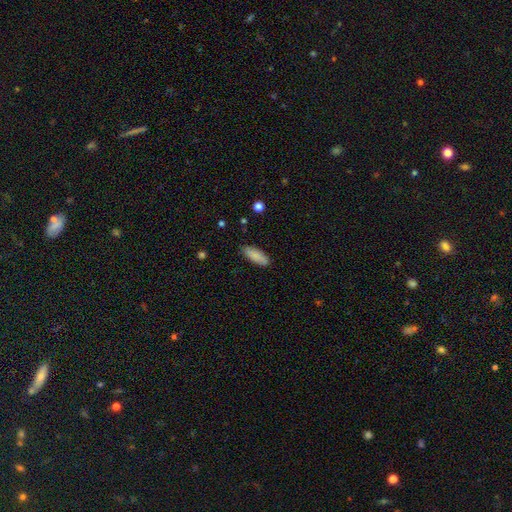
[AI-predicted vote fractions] This is clearly a smooth galaxy (85%). How rounded: likely in between (68%). Merging: clearly none (85%).